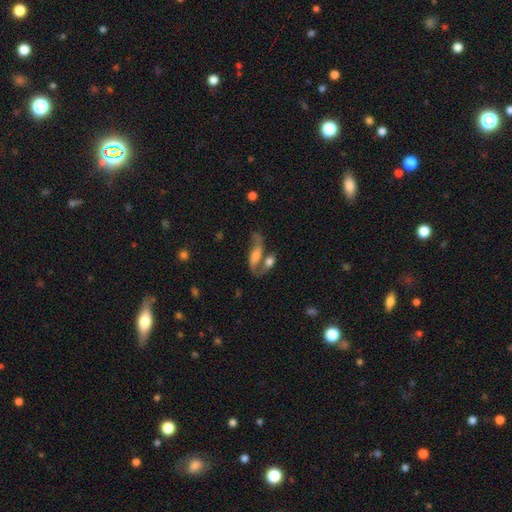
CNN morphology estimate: This appears to be a featured or disk galaxy (56%). Merging: merger (42%).